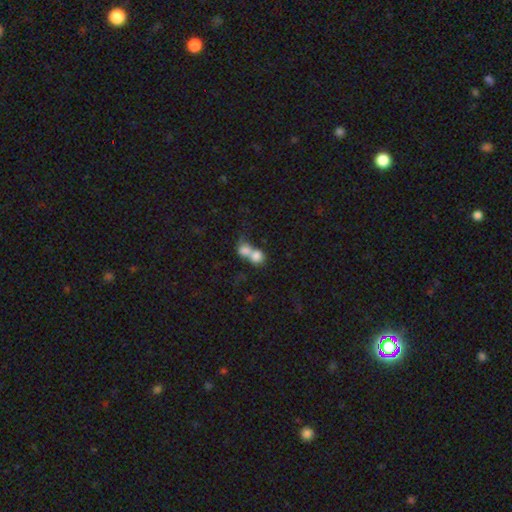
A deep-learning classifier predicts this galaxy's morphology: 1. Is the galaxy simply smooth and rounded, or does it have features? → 77% smooth, 14% featured or disk, 9% star or artifact.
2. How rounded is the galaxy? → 63% round, 35% in between, 2% cigar-shaped.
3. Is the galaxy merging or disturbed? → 76% merger, 16% none, 4% minor disturbance, 4% major disturbance.